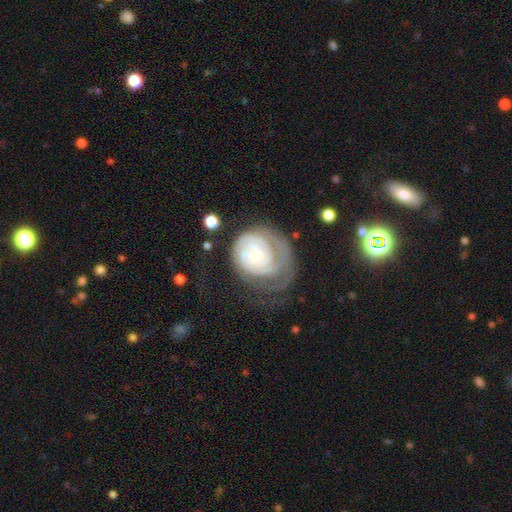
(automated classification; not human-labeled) This is likely a featured or disk galaxy (80%). It is clearly not viewed edge-on (98%). Bar: likely no (73%). Spiral arm pattern: clearly yes (91%). Spiral arm count: marginally can't tell (34%). Spiral winding: likely tight (71%). Central bulge: possibly small (51%). Merging: marginally none (43%).